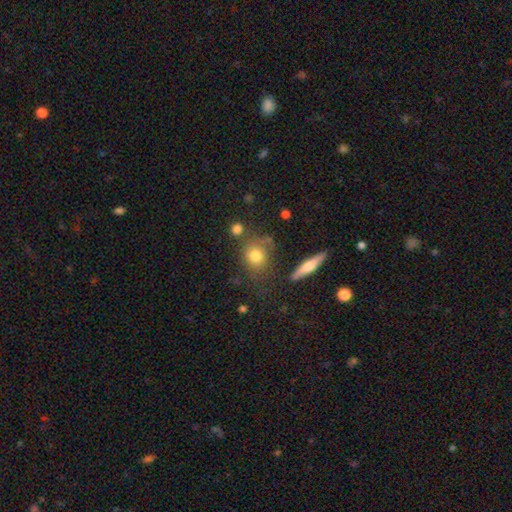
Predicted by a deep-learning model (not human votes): Smooth or featured?
  - smooth: 76% *
  - featured or disk: 13%
  - star or artifact: 11%
How rounded?
  - round: 65% *
  - in between: 31%
  - cigar-shaped: 4%
Merging?
  - none: 66% *
  - minor disturbance: 17%
  - merger: 10%
  - major disturbance: 7%